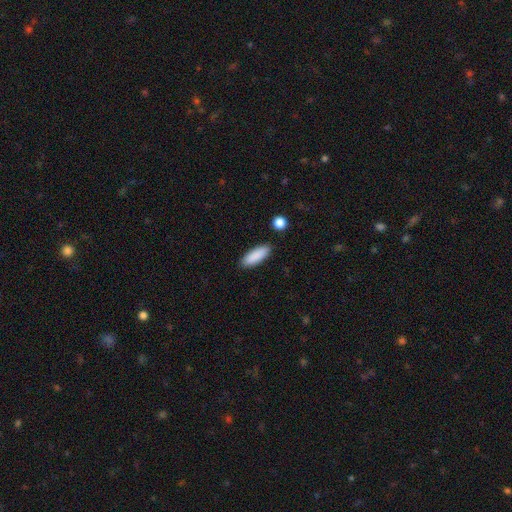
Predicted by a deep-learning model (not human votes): Smooth or featured? smooth (90%)
How rounded? in between (64%)
Merging? none (87%)